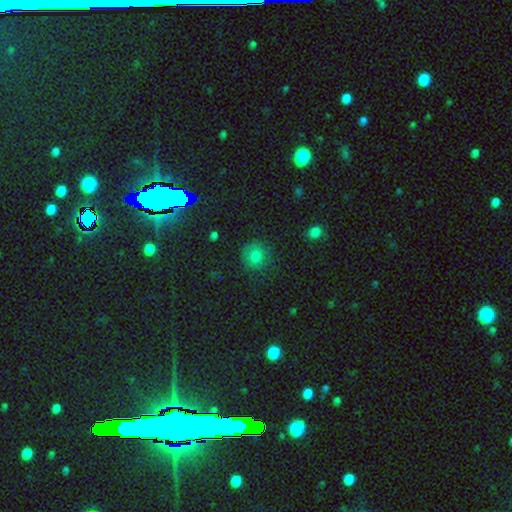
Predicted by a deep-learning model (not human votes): Smooth or featured: smooth — 73% (star or artifact — 19%)
How rounded: round — 86% (in between — 13%)
Merging: none — 82% (minor disturbance — 13%)